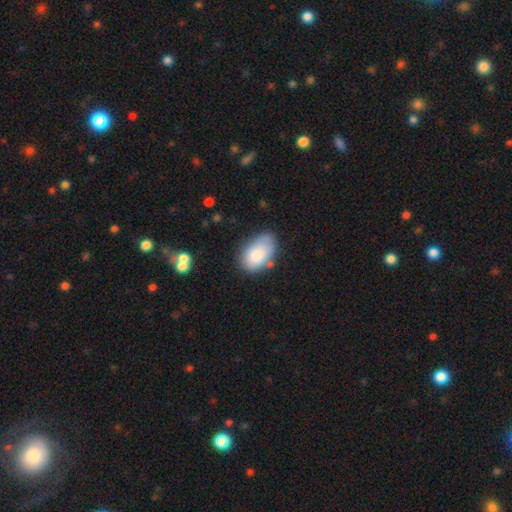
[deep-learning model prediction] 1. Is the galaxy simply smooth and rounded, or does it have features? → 82% smooth, 12% featured or disk, 7% star or artifact.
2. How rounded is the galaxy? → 92% in between, 7% round, 1% cigar-shaped.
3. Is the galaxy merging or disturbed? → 61% none, 25% minor disturbance, 7% major disturbance, 7% merger.